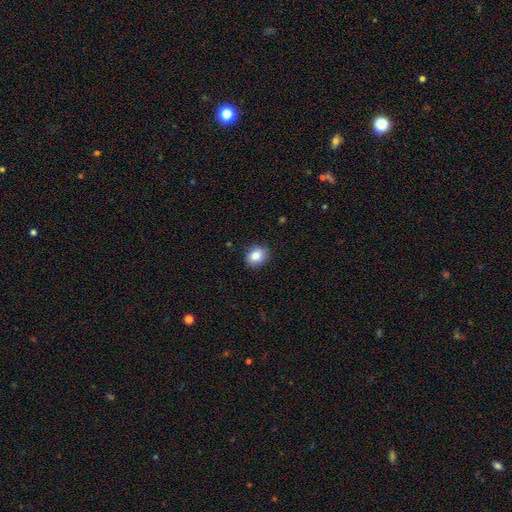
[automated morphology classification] smooth_or_featured: smooth (p=0.85) [alt: star or artifact p=0.09]
how_rounded: round (p=0.61) [alt: in between p=0.38]
merging: none (p=0.87) [alt: minor disturbance p=0.10]